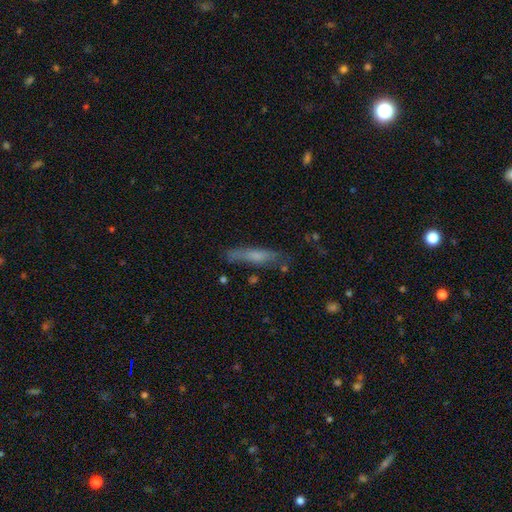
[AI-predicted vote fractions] Smooth or featured? smooth (59%)
How rounded? cigar-shaped (86%)
Merging? none (70%)